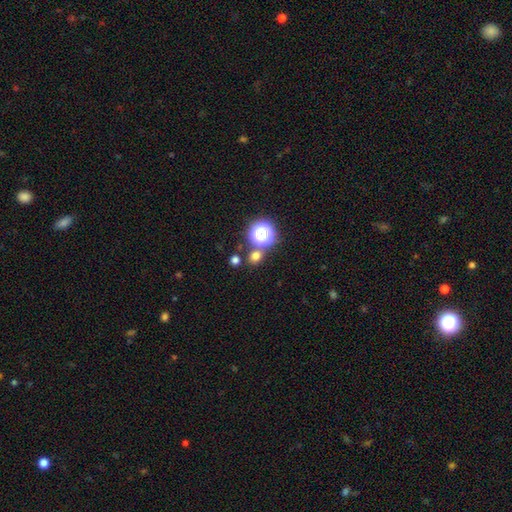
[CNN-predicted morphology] Smooth or featured? smooth (68%)
How rounded? round (80%)
Merging? none (74%)